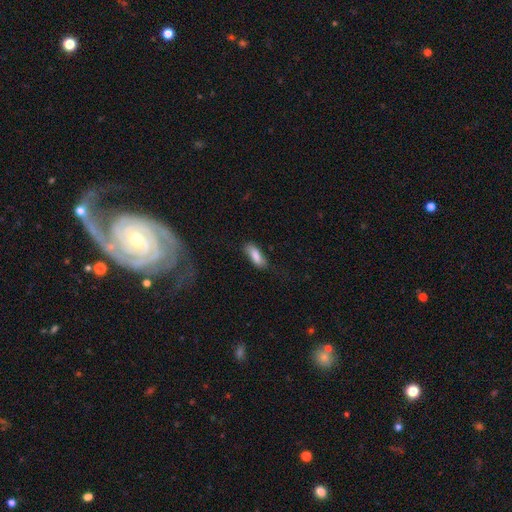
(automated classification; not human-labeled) Smooth or featured: smooth — 81% (featured or disk — 12%)
How rounded: in between — 72% (cigar-shaped — 26%)
Merging: none — 61% (minor disturbance — 26%)